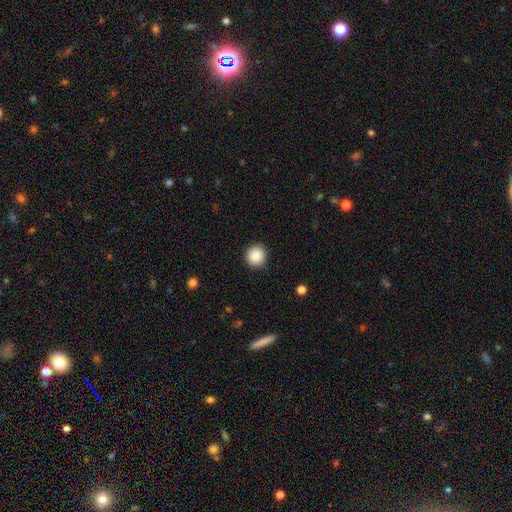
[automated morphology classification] This appears to be a smooth galaxy with no disk features (88%) that is round (92%). Merging: none (90%).